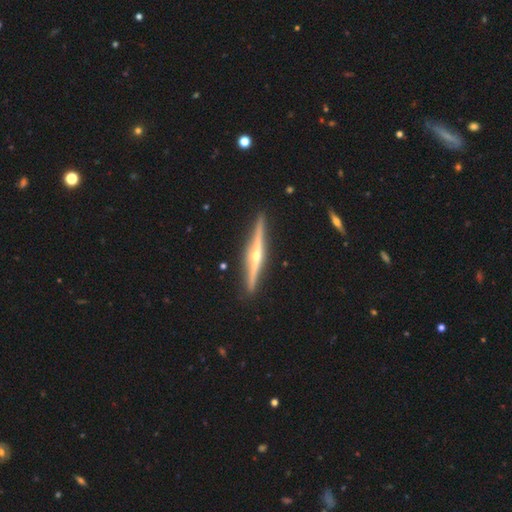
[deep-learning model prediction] A featured or disk galaxy (85%) viewed edge-on (98%) with a rounded central bulge (91%).

Vote fractions:
- Smooth or featured? featured or disk: 85% / smooth: 10% / star or artifact: 5%
- Edge-on disk? yes: 98% / no: 2%
- Edge-on bulge? rounded: 91% / none: 5% / boxy: 3%
- Merging? none: 92% / minor disturbance: 6% / major disturbance: 1% / merger: 1%